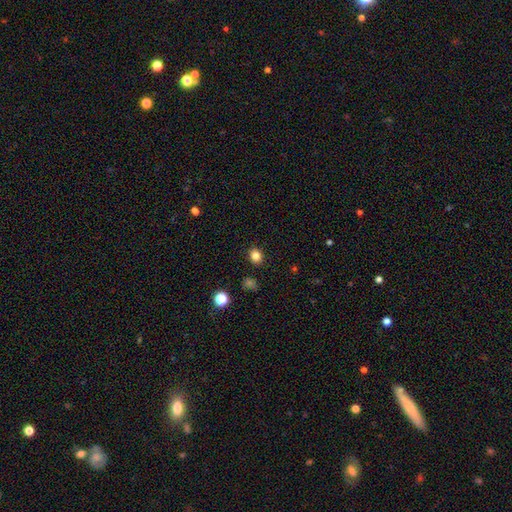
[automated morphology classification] smooth-or-featured: smooth: 82% | star or artifact: 13% | featured or disk: 5%
  how-rounded: round: 62% | in between: 37% | cigar-shaped: 1%
  merging: none: 89% | minor disturbance: 7% | major disturbance: 2% | merger: 2%